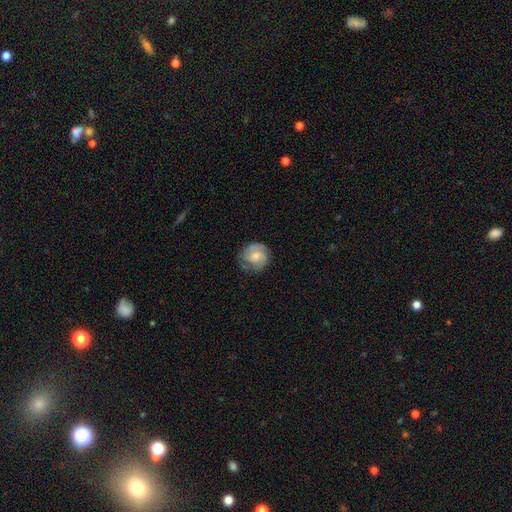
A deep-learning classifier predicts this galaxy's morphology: This appears to be a featured or disk galaxy (58%) with no bar (63%), 2 (51%) tight (50%) spiral arms (88%) and a moderate central bulge (50%). Merging: none (70%).